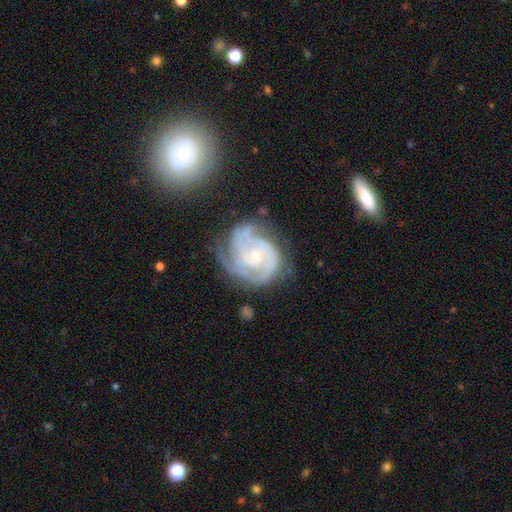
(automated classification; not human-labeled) featured or disk 88%, smooth 6%, star or artifact 5%. Down the decision tree: edge-on disk — no (98%); bar — no (69%); spiral arms — yes (97%); spiral arm count — 3 (43%); spiral winding — tight (64%); bulge size — small (70%); merging — none (56%).